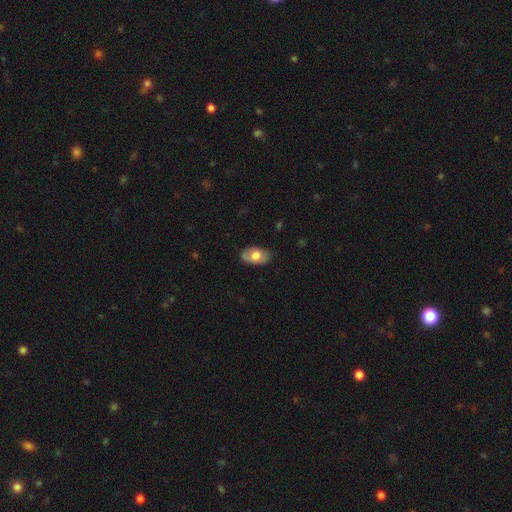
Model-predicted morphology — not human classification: This appears to be a smooth galaxy with no disk features (67%) that is in between round and cigar-shaped (92%). Merging: none (80%).